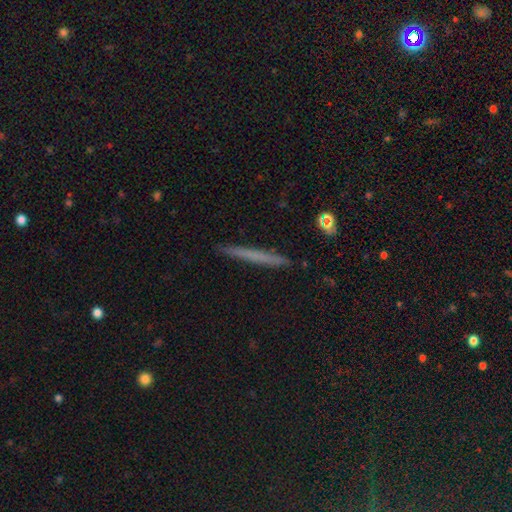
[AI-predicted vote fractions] Smooth or featured? Predicted: smooth (p=0.56). How rounded? Predicted: cigar-shaped (p=0.97). Merging? Predicted: none (p=0.90).